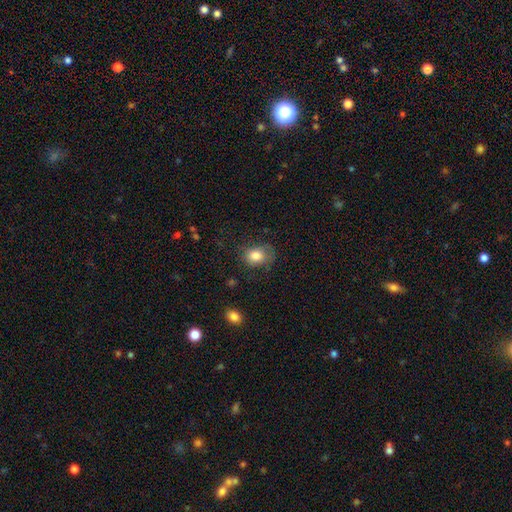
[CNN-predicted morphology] Overall: smooth (81%). How rounded: in between (56%; round 43%). Merging: none (61%; minor disturbance 26%).